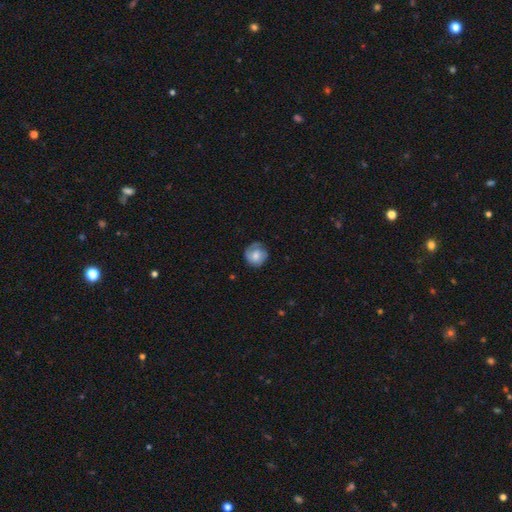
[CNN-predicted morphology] A smooth galaxy with no disk features (50%) that is round (84%).

Vote fractions:
- Smooth or featured? smooth: 50% / featured or disk: 43% / star or artifact: 7%
- How rounded? round: 84% / in between: 15% / cigar-shaped: 1%
- Merging? none: 66% / minor disturbance: 23% / major disturbance: 9% / merger: 1%